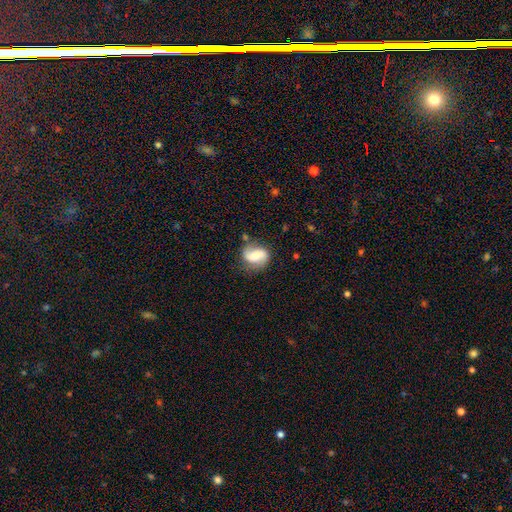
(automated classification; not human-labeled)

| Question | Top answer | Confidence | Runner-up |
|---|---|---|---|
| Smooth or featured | featured or disk | 65% | smooth (28%) |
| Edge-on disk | no | 98% | yes (2%) |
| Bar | no | 41% | weak (39%) |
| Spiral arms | yes | 92% | no (8%) |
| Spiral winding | loose | 50% | medium (36%) |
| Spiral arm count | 2 | 88% | 1 (5%) |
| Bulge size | moderate | 47% | small (34%) |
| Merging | none | 71% | minor disturbance (19%) |